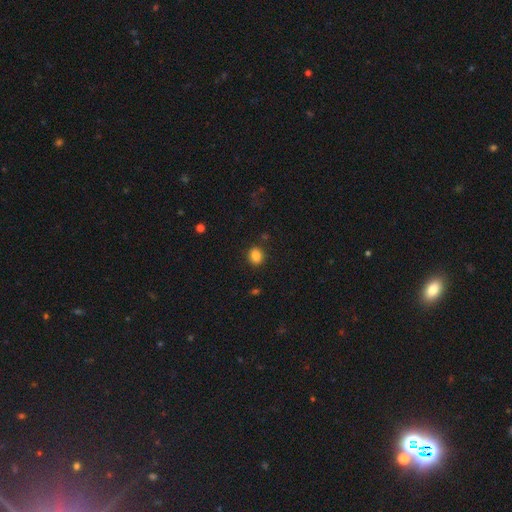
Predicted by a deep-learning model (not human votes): smooth_or_featured: smooth (p=0.86) [alt: star or artifact p=0.11]
how_rounded: round (p=0.63) [alt: in between p=0.36]
merging: none (p=0.87) [alt: minor disturbance p=0.08]